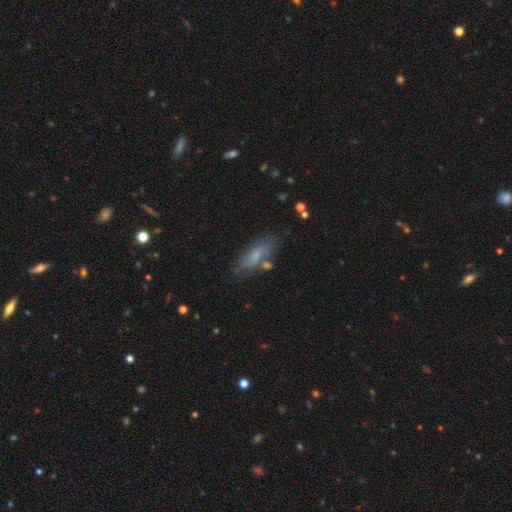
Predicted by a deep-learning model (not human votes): Smooth or featured? Predicted: smooth (p=0.68). How rounded? Predicted: in between (p=0.66). Merging? Predicted: none (p=0.68).